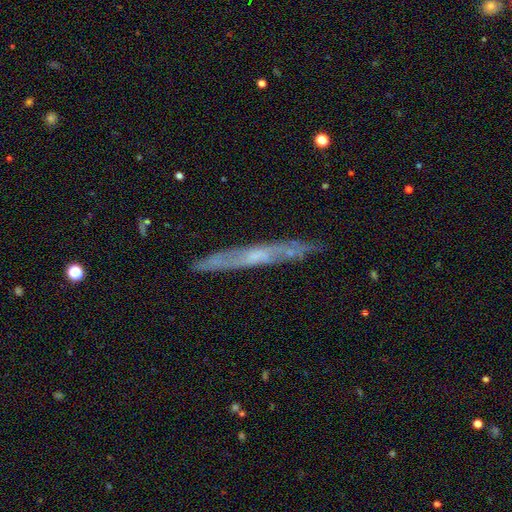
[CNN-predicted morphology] Smooth or featured: featured or disk — 66% (smooth — 25%)
Edge-on disk: yes — 84% (no — 16%)
Edge-on bulge: none — 62% (rounded — 32%)
Merging: none — 85% (minor disturbance — 11%)